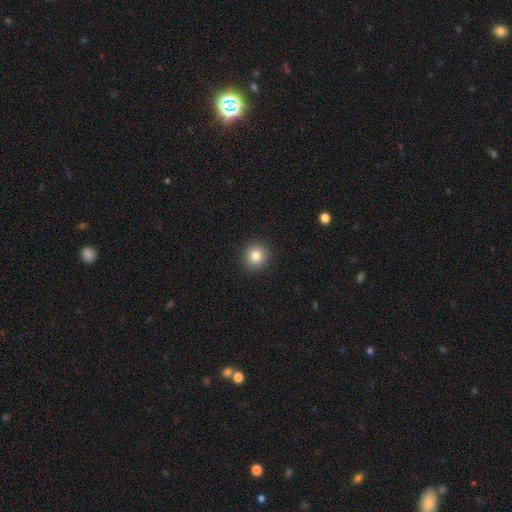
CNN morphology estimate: Smooth or featured? Predicted: smooth (p=0.84). How rounded? Predicted: round (p=0.92). Merging? Predicted: none (p=0.92).